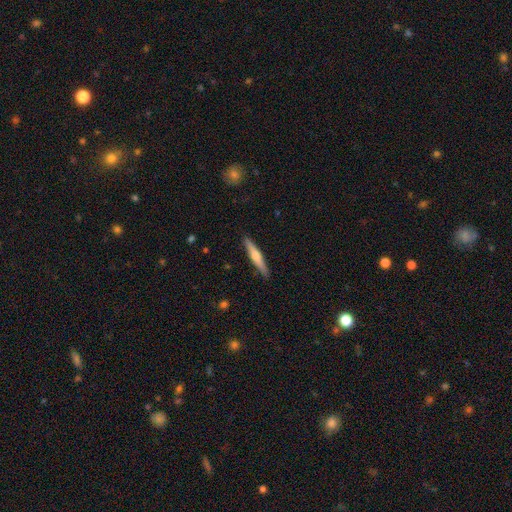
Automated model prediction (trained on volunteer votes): smooth-or-featured: featured or disk: 52% | smooth: 43% | star or artifact: 5%
  disk-edge-on: yes: 96% | no: 4%
  merging: none: 90% | minor disturbance: 8% | major disturbance: 1% | merger: 1%